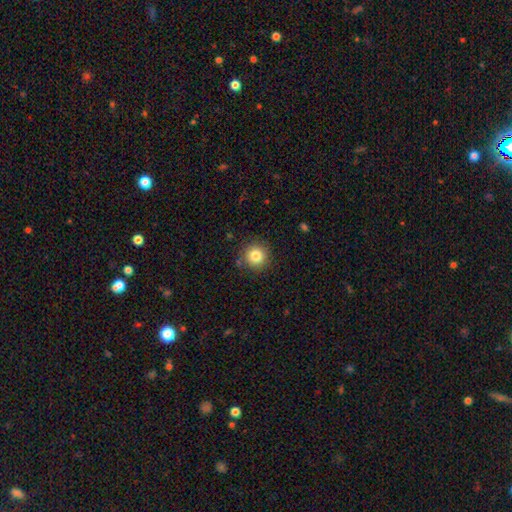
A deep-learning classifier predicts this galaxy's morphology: Overall: smooth (83%). How rounded: round (94%). Merging: none (87%).